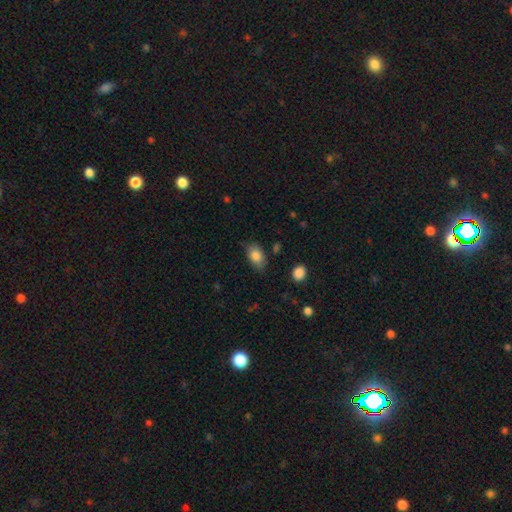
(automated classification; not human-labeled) A smooth galaxy with no disk features (83%) that is in between round and cigar-shaped (89%). Merging: none (78%).